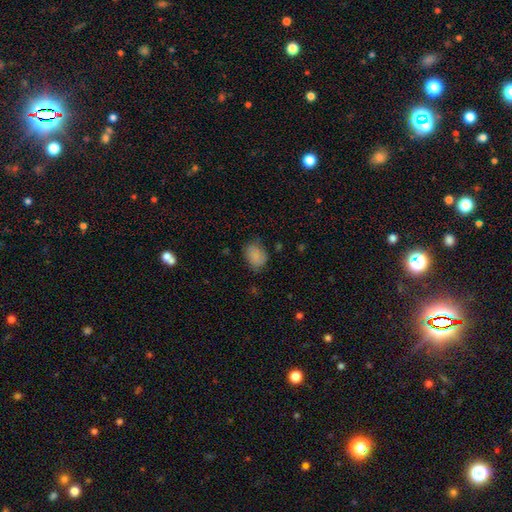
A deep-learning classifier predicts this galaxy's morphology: Smooth or featured: smooth — 83% (star or artifact — 9%)
How rounded: in between — 72% (round — 27%)
Merging: none — 67% (minor disturbance — 25%)